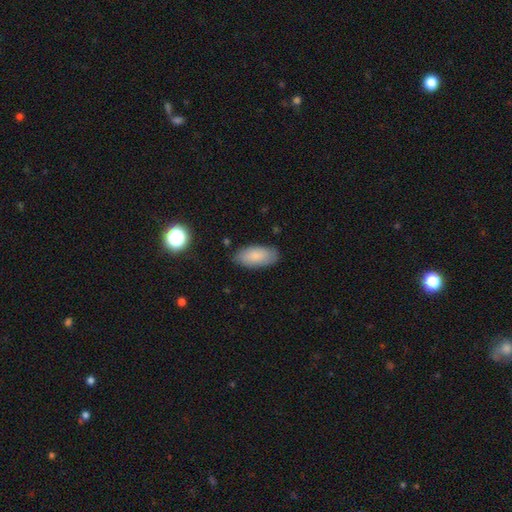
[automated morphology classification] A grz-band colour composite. It shows a smooth galaxy with no disk features (84%) that is in between round and cigar-shaped (91%). Merging: none (82%).